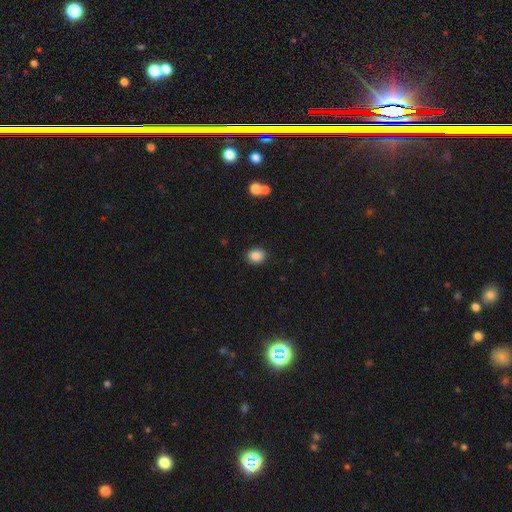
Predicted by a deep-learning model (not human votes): Smooth or featured?
  - smooth: 87% *
  - star or artifact: 9%
  - featured or disk: 4%
How rounded?
  - round: 52% *
  - in between: 47%
  - cigar-shaped: 1%
Merging?
  - none: 89% *
  - minor disturbance: 8%
  - major disturbance: 2%
  - merger: 1%